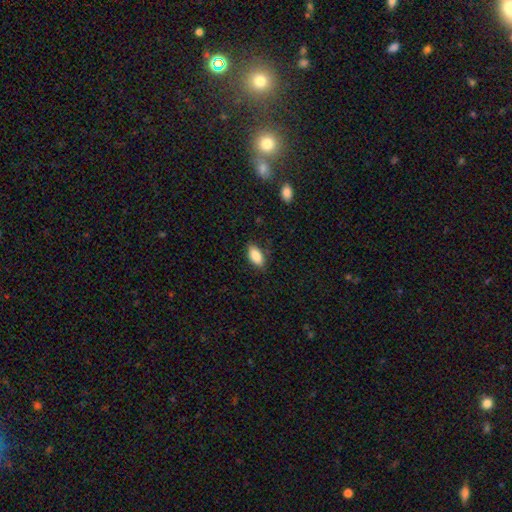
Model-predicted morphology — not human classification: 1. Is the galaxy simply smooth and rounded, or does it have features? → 87% smooth, 7% star or artifact, 6% featured or disk.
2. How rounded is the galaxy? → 91% in between, 5% cigar-shaped, 4% round.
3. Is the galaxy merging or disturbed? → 83% none, 13% minor disturbance, 3% major disturbance, 1% merger.